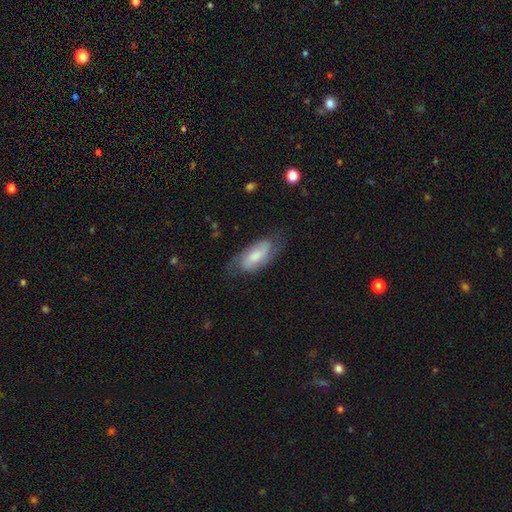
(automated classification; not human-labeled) A smooth galaxy with no disk features (48%). Merging: none (63%).